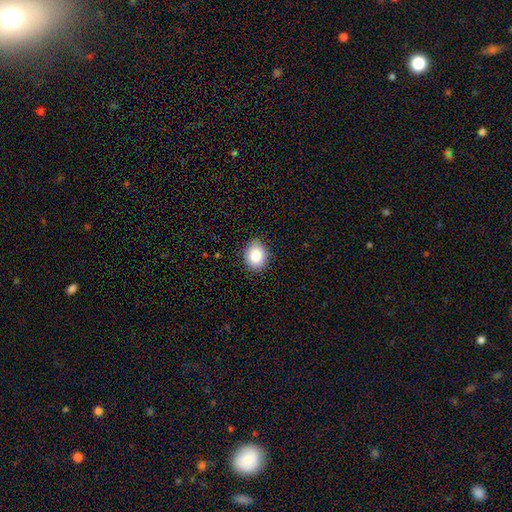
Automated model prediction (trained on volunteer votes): Smooth or featured: smooth — 86% (star or artifact — 8%)
How rounded: in between — 51% (round — 48%)
Merging: none — 87% (minor disturbance — 10%)